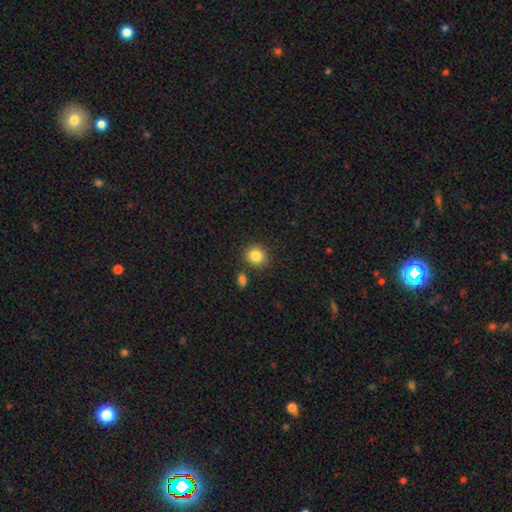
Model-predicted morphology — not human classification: Overall: smooth (85%). How rounded: round (84%). Merging: none (82%).